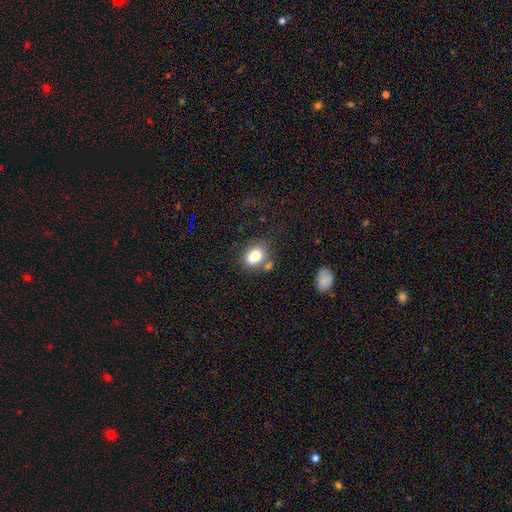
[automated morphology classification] A smooth galaxy with no disk features (78%) that is in between round and cigar-shaped (56%).

Vote fractions:
- Smooth or featured? smooth: 78% / featured or disk: 12% / star or artifact: 10%
- How rounded? in between: 56% / round: 43% / cigar-shaped: 1%
- Merging? none: 56% / merger: 20% / minor disturbance: 18% / major disturbance: 6%